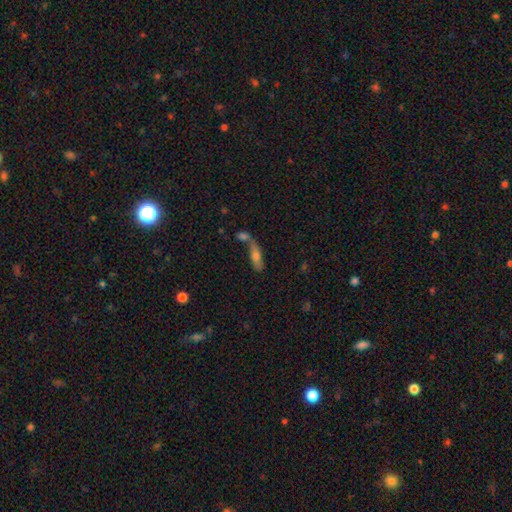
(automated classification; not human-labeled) Smooth or featured? smooth (62%)
How rounded? in between (52%)
Merging? merger (51%)